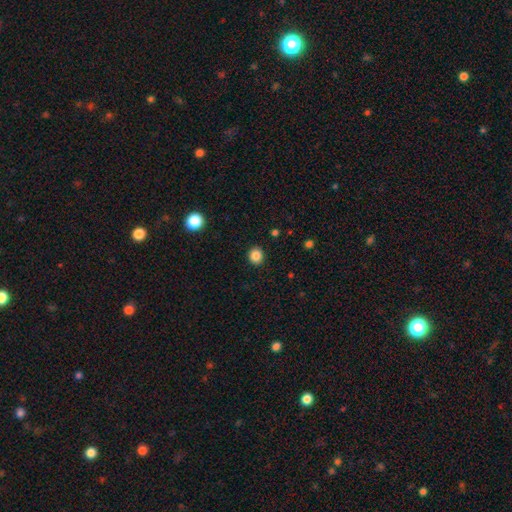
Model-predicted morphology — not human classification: Q: Smooth or featured?
A: smooth (85%); runner-up: star or artifact (11%)
Q: How rounded?
A: round (85%); runner-up: in between (14%)
Q: Merging?
A: none (92%); runner-up: minor disturbance (6%)